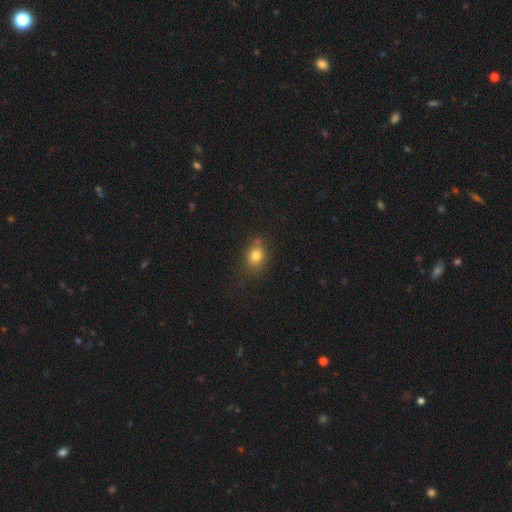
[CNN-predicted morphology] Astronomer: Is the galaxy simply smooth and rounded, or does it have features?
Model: smooth — 78%.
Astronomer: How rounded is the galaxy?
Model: round — 59% (runner-up: in between, 40%).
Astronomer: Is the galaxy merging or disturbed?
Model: none — 70%.